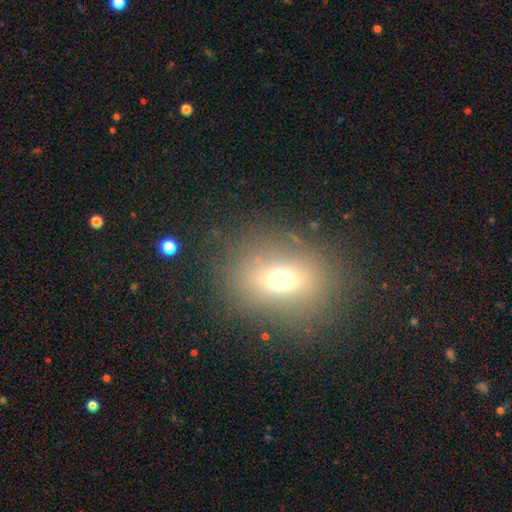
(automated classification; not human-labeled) smooth-or-featured: smooth: 63% | star or artifact: 20% | featured or disk: 16%
  how-rounded: in between: 57% | round: 40% | cigar-shaped: 3%
  merging: none: 85% | minor disturbance: 9% | major disturbance: 4% | merger: 2%